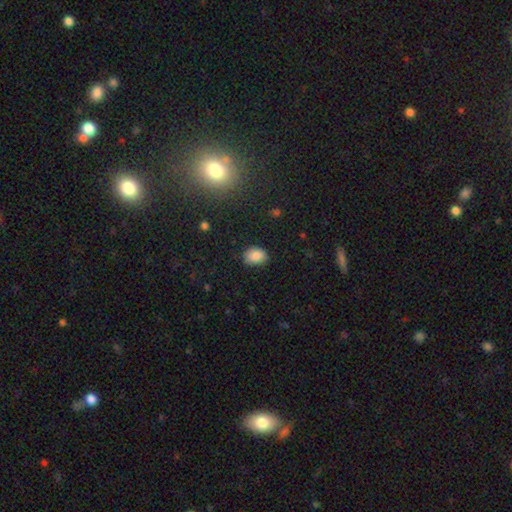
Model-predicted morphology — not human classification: Overall: smooth (86%). How rounded: in between (73%). Merging: none (76%).